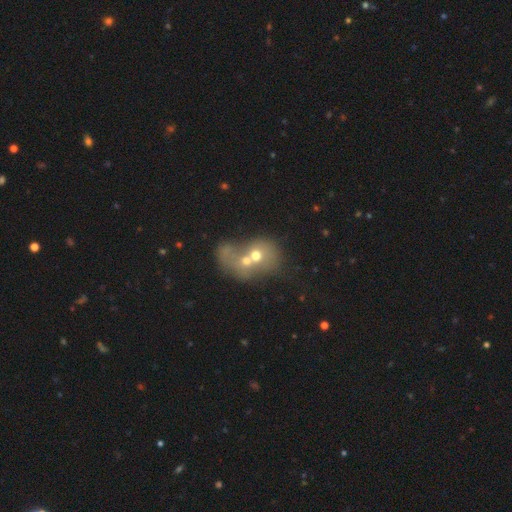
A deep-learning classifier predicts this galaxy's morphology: Q: Smooth or featured?
A: smooth (49%); runner-up: featured or disk (39%)
Q: Merging?
A: merger (79%); runner-up: none (9%)